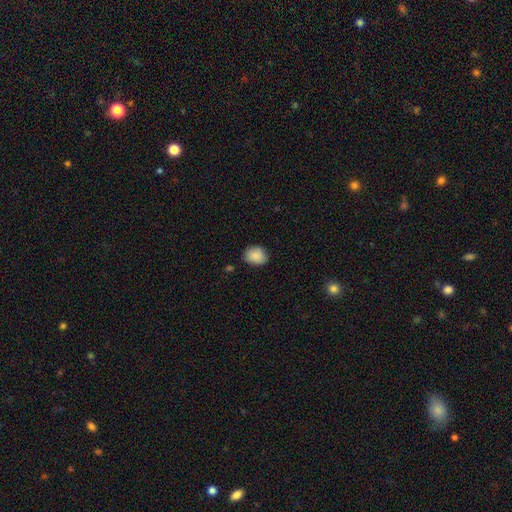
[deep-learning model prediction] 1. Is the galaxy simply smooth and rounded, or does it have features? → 88% smooth, 7% star or artifact, 4% featured or disk.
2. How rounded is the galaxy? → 53% in between, 47% round, 1% cigar-shaped.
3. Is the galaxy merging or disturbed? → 81% none, 15% minor disturbance, 3% major disturbance, 2% merger.